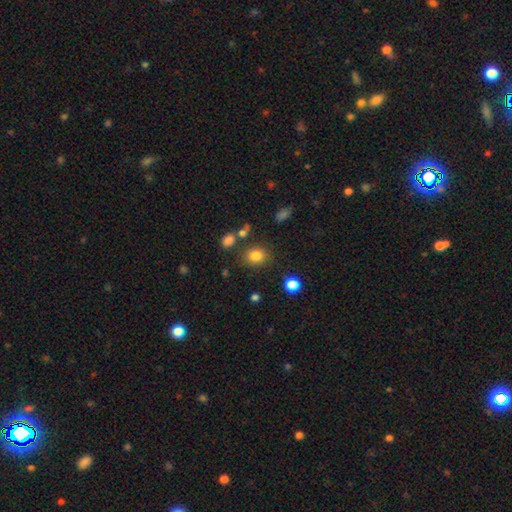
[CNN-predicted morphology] type=smooth (81%); roundness=round (59%); merging=none (78%).